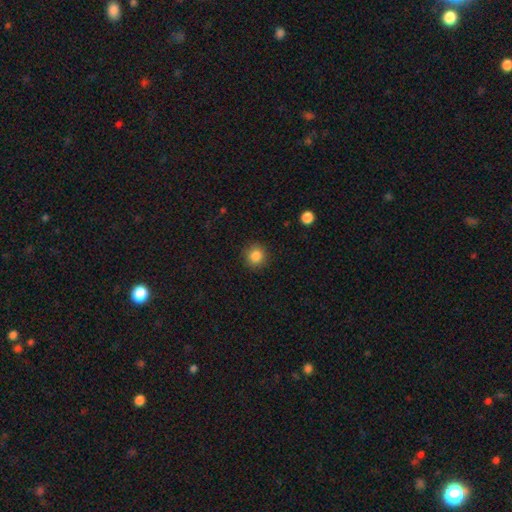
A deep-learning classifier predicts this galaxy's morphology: smooth 85%, star or artifact 10%, featured or disk 4%. Down the decision tree: how rounded — round (92%); merging — none (90%).